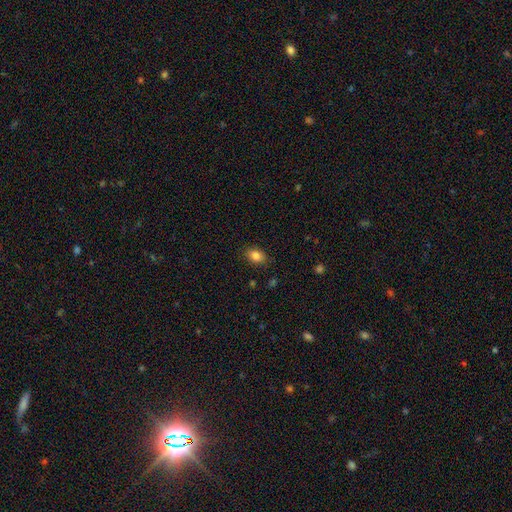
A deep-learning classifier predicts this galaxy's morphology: Q: Smooth or featured?
A: smooth (84%); runner-up: star or artifact (9%)
Q: How rounded?
A: in between (77%); runner-up: round (21%)
Q: Merging?
A: none (86%); runner-up: minor disturbance (10%)